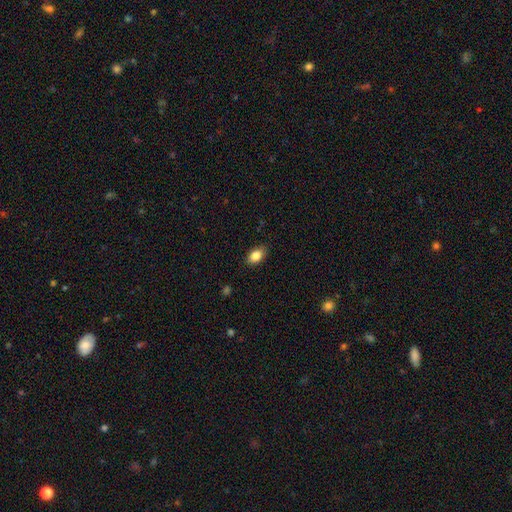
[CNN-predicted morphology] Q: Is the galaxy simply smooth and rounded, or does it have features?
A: smooth — 85%.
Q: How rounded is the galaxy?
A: in between — 87%.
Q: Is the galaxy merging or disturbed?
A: none — 85%.